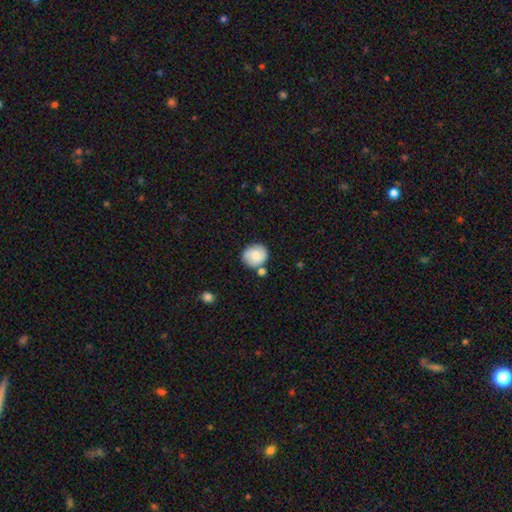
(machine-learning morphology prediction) smooth_or_featured: smooth (p=0.78) [alt: featured or disk p=0.15]
how_rounded: round (p=0.78) [alt: in between p=0.21]
merging: none (p=0.68) [alt: minor disturbance p=0.16]